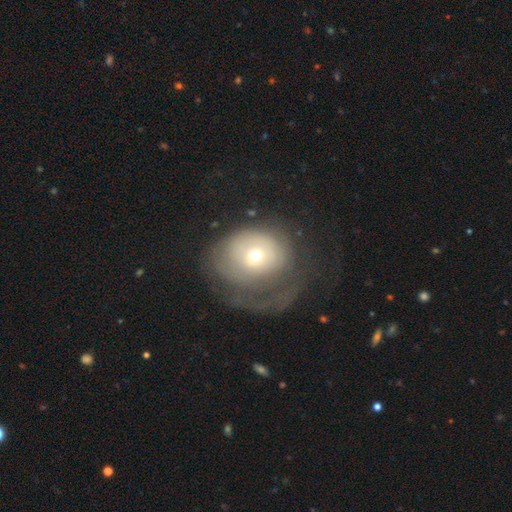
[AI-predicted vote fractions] Smooth or featured?
  - smooth: 47% *
  - featured or disk: 43%
  - star or artifact: 10%
Merging?
  - major disturbance: 48% *
  - none: 30%
  - minor disturbance: 20%
  - merger: 2%